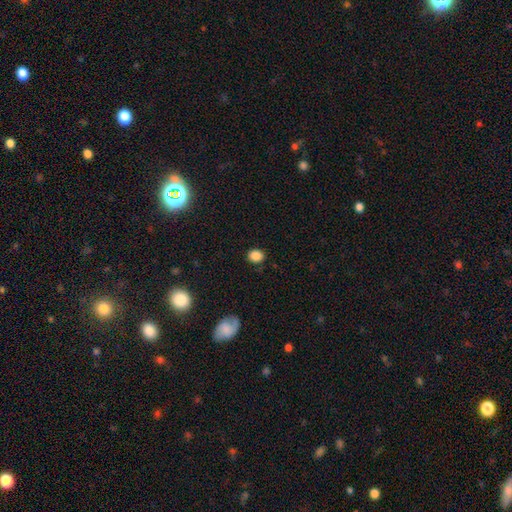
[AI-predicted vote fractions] Morphology: type=smooth (86%); roundness=round (61%); merging=none (86%).